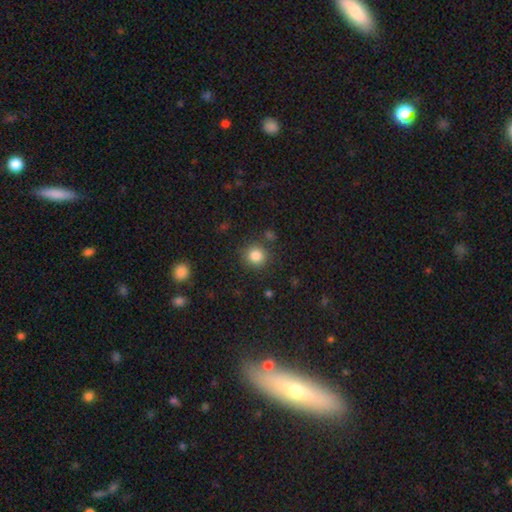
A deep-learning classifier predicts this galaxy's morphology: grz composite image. It shows a smooth galaxy with no disk features (84%) that is round (91%). Merging: none (85%).